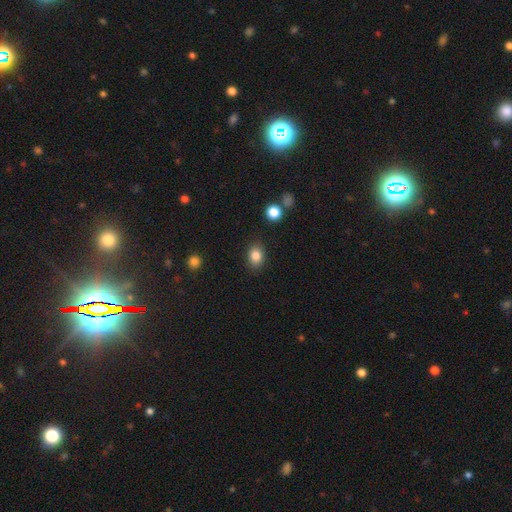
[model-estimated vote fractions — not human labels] A smooth galaxy with no disk features (84%) that is in between round and cigar-shaped (58%). Merging: none (85%).